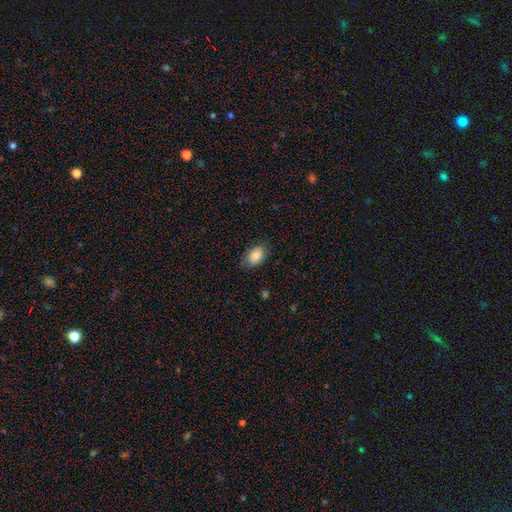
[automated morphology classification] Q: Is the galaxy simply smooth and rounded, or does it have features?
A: smooth — 84%.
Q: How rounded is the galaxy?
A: in between — 85%.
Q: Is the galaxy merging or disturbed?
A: none — 80%.